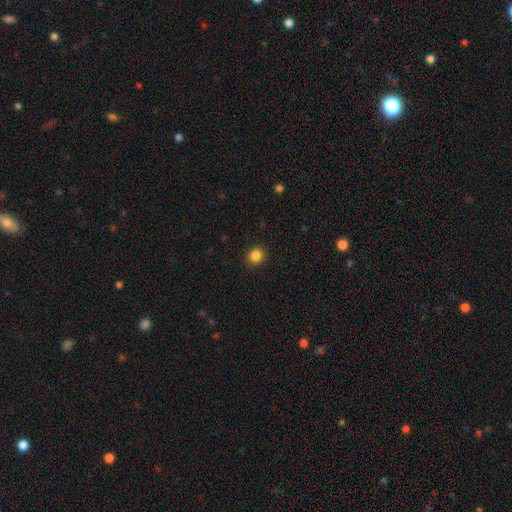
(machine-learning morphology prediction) Smooth or featured? Predicted: smooth (p=0.85). How rounded? Predicted: round (p=0.86). Merging? Predicted: none (p=0.92).